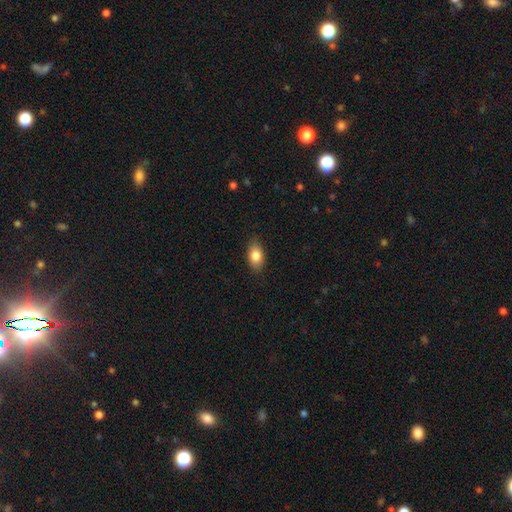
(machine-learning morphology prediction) smooth_or_featured: smooth (p=0.82) [alt: featured or disk p=0.10]
how_rounded: in between (p=0.89) [alt: round p=0.08]
merging: none (p=0.86) [alt: minor disturbance p=0.11]